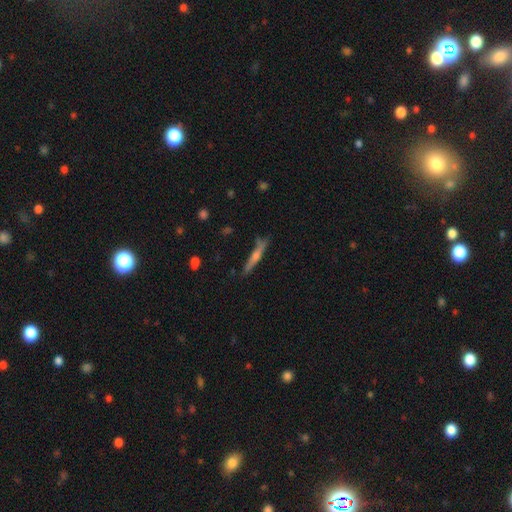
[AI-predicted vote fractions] Q: Smooth or featured?
A: featured or disk (54%); runner-up: smooth (39%)
Q: Edge-on disk?
A: yes (96%); runner-up: no (4%)
Q: Edge-on bulge?
A: rounded (67%); runner-up: none (24%)
Q: Merging?
A: none (80%); runner-up: minor disturbance (14%)